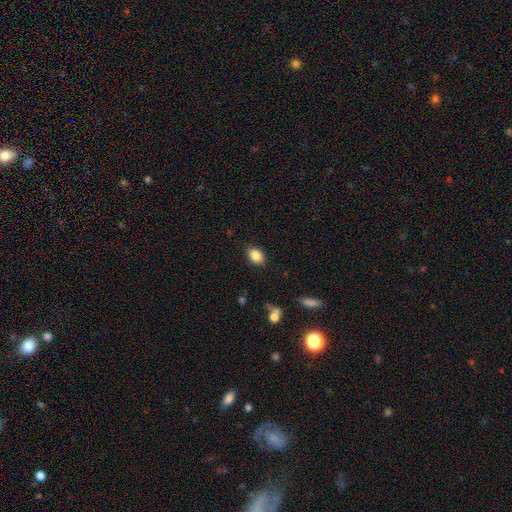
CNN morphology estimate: Smooth or featured?
  - smooth: 86% *
  - star or artifact: 8%
  - featured or disk: 5%
How rounded?
  - in between: 79% *
  - round: 19%
  - cigar-shaped: 1%
Merging?
  - none: 86% *
  - minor disturbance: 11%
  - major disturbance: 3%
  - merger: 1%